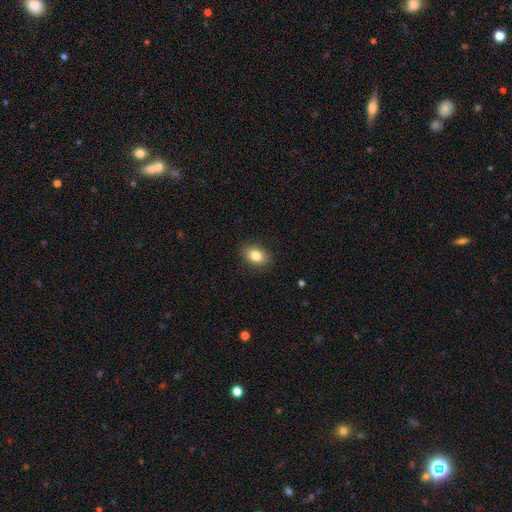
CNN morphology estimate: The model was most divided on "how rounded": in between: 78%, round: 21%, cigar-shaped: 1%. More confident: merging — none (88%); smooth or featured — smooth (82%).